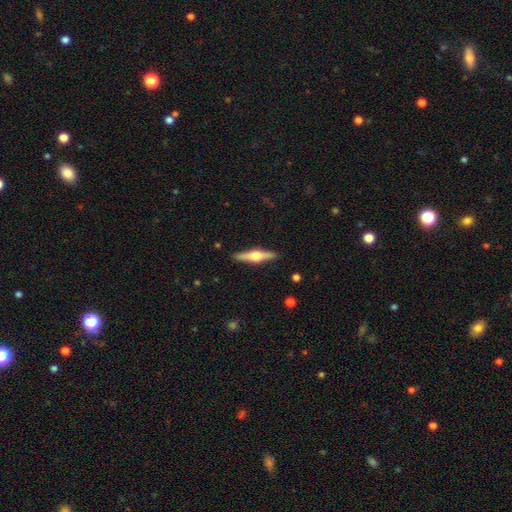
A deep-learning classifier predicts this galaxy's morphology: smooth_or_featured: featured or disk (p=0.73) [alt: smooth p=0.22]
disk_edge_on: yes (p=0.98) [alt: no p=0.02]
edge_on_bulge: rounded (p=0.94) [alt: boxy p=0.04]
merging: none (p=0.90) [alt: minor disturbance p=0.07]